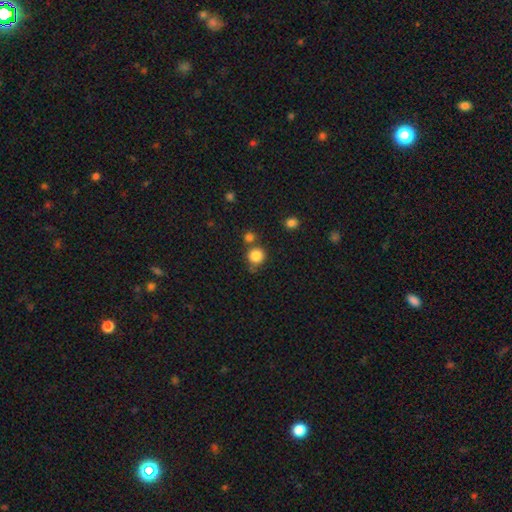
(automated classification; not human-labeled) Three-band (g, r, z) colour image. It shows a smooth galaxy with no disk features (84%) that is round (91%). Merging: none (67%).